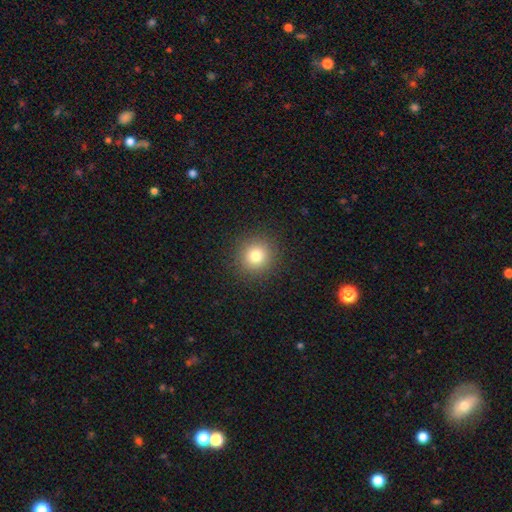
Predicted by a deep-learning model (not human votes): Overall: smooth (79%). How rounded: round (93%). Merging: none (91%).